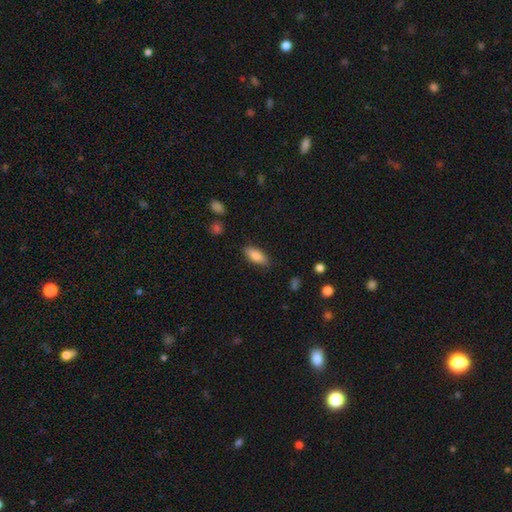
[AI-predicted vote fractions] smooth-or-featured: smooth: 84% | featured or disk: 9% | star or artifact: 7%
  how-rounded: in between: 80% | cigar-shaped: 18% | round: 2%
  merging: none: 83% | minor disturbance: 12% | major disturbance: 3% | merger: 1%